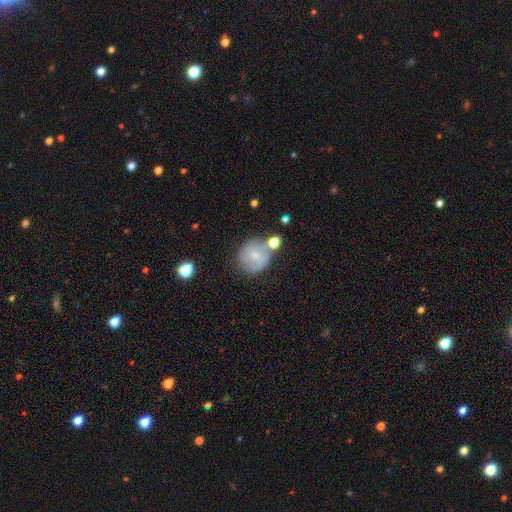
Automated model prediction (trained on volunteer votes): smooth 56%, featured or disk 34%, star or artifact 10%. Down the decision tree: how rounded — round (86%); merging — none (54%).